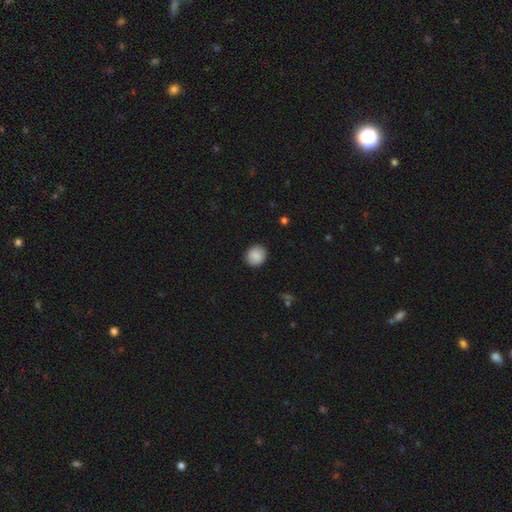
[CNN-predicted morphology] A smooth galaxy with no disk features (89%) that is round (79%).

Vote fractions:
- Smooth or featured? smooth: 89% / star or artifact: 8% / featured or disk: 4%
- How rounded? round: 79% / in between: 20% / cigar-shaped: 1%
- Merging? none: 90% / minor disturbance: 7% / major disturbance: 2% / merger: 1%